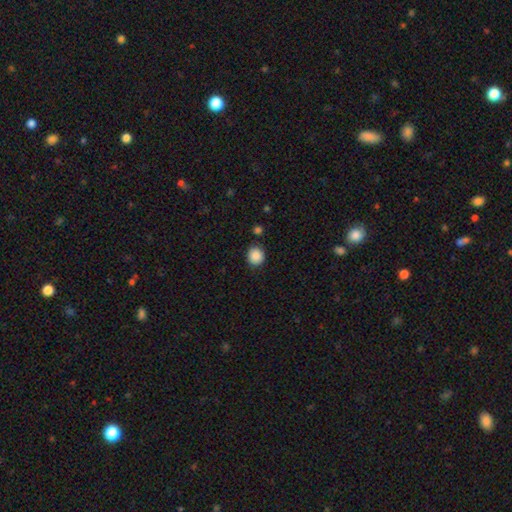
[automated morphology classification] smooth-or-featured: smooth: 88% | star or artifact: 9% | featured or disk: 3%
  how-rounded: round: 85% | in between: 14% | cigar-shaped: 1%
  merging: none: 85% | minor disturbance: 9% | merger: 3% | major disturbance: 2%